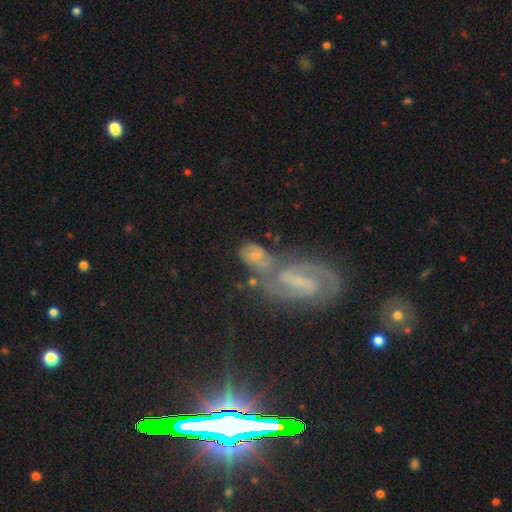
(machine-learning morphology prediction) smooth-or-featured: featured or disk: 54% | smooth: 36% | star or artifact: 10%
  disk-edge-on: no: 95% | yes: 5%
    bar: no: 45% | weak: 37% | strong: 18%
    has-spiral-arms: yes: 75% | no: 25%
    bulge-size: small: 44% | moderate: 33% | none: 16% | large: 5% | dominant: 2%
  merging: merger: 51% | none: 24% | minor disturbance: 14% | major disturbance: 11%